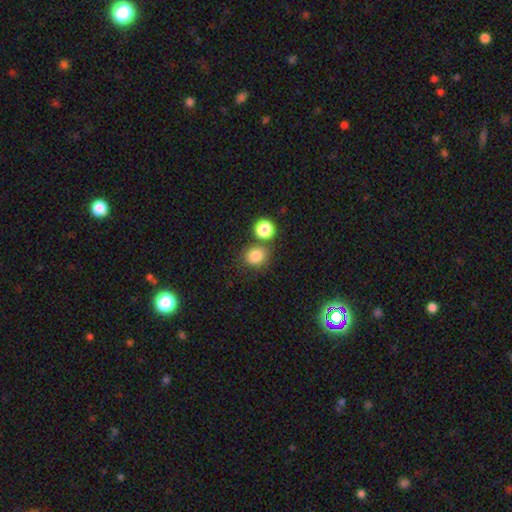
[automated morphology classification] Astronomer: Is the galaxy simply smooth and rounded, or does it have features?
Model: smooth — 83%.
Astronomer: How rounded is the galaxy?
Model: round — 73%.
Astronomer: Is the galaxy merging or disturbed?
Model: none — 66%.